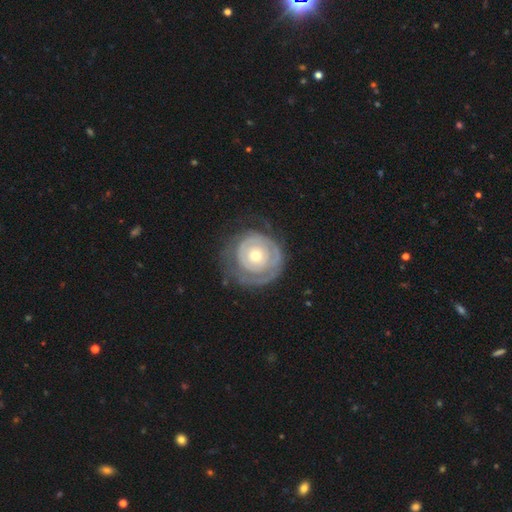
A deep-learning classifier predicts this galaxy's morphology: The model was most divided on "bulge size": small: 50%, moderate: 45%, large: 3%, dominant: 1%, none: 1%. More confident: edge-on disk — no (97%); bar — no (88%); smooth or featured — featured or disk (72%); merging — none (66%); spiral arms — yes (64%).